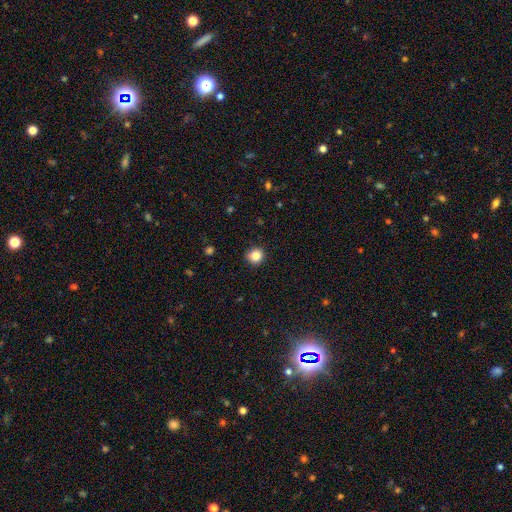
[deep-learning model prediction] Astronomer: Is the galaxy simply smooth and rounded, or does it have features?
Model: smooth — 86%.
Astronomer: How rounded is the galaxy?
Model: round — 90%.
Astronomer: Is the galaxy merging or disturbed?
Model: none — 88%.